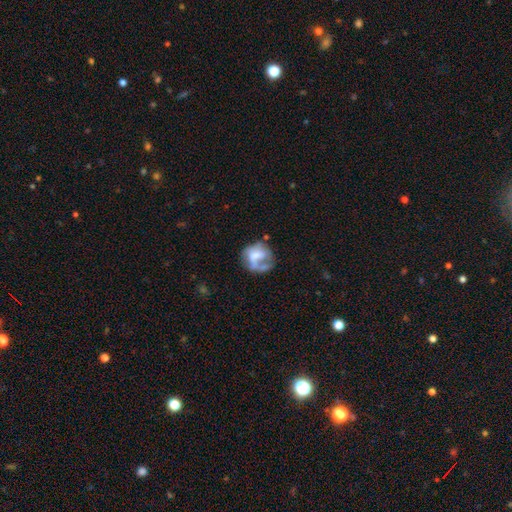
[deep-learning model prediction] The model was most divided on "smooth or featured": smooth: 46%, featured or disk: 45%, star or artifact: 9%. Remaining: merging — none (34%).